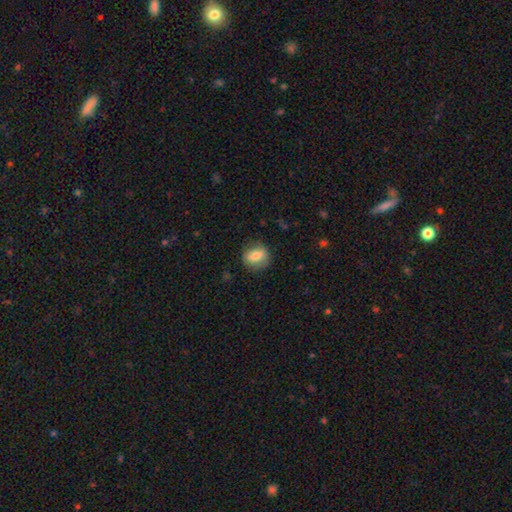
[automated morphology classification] This is likely a smooth galaxy (76%). How rounded: possibly round (55%). Merging: clearly none (81%).